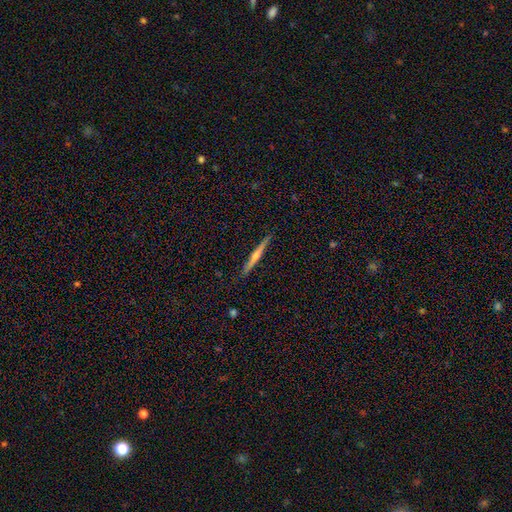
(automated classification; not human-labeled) This appears to be a featured or disk galaxy (72%) viewed edge-on (98%) with a rounded central bulge (79%). Merging: none (91%).